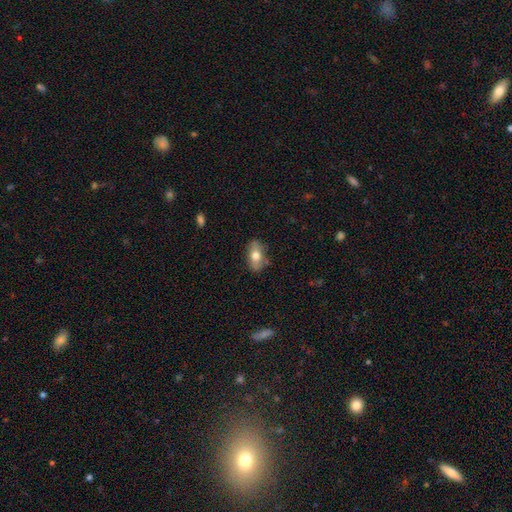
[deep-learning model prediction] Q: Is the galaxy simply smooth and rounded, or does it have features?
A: smooth — 68%.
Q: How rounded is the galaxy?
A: in between — 84%.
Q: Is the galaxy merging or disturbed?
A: none — 81%.